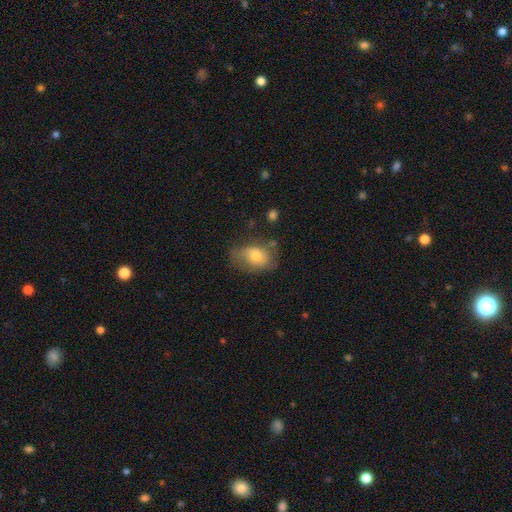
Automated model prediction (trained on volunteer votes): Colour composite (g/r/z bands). It shows a smooth galaxy with no disk features (64%) that is in between round and cigar-shaped (79%). Merging: none (50%).